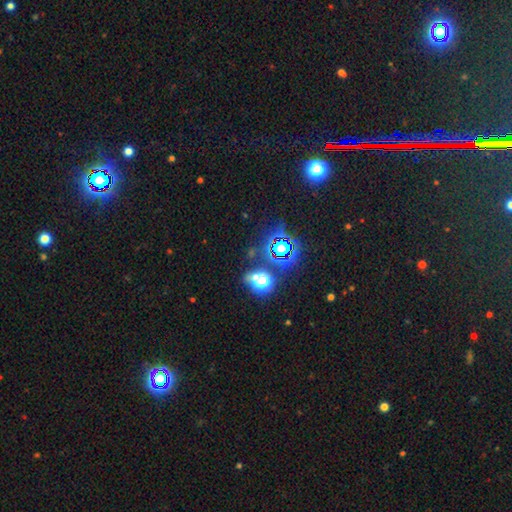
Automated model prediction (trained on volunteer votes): Smooth or featured: star or artifact — 73% (smooth — 19%)